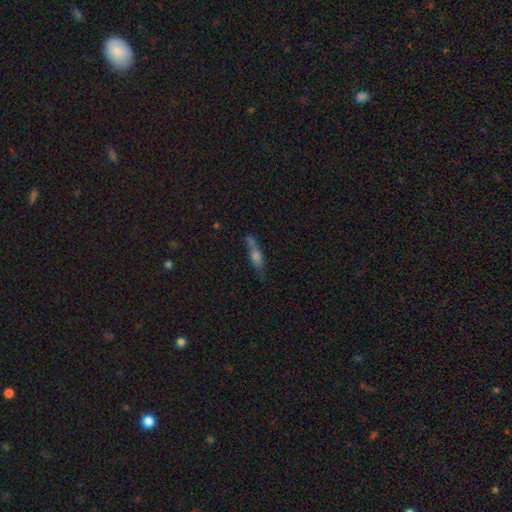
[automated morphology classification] Overall: smooth (51%; featured or disk 36%). How rounded: cigar-shaped (68%). Merging: none (56%; minor disturbance 19%).